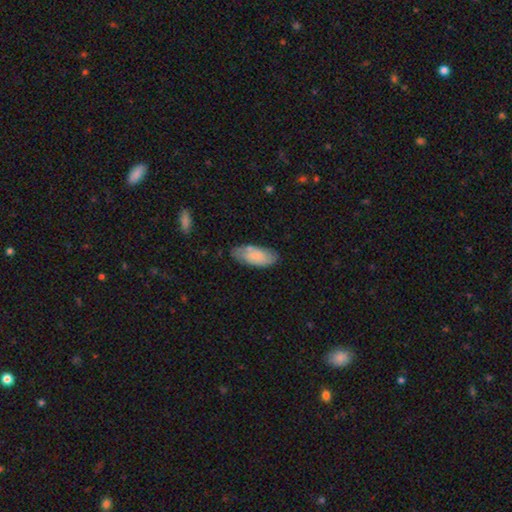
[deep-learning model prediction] The model was most divided on "merging": none: 71%, minor disturbance: 21%, major disturbance: 4%, merger: 4%. More confident: how rounded — in between (88%); smooth or featured — smooth (74%).